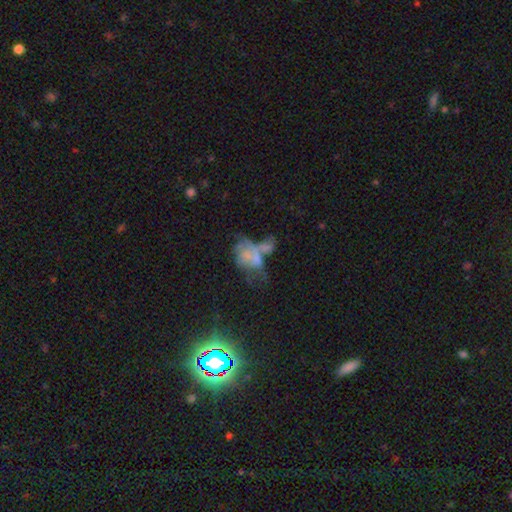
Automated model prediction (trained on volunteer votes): Q: Smooth or featured?
A: featured or disk (42%); runner-up: smooth (35%)
Q: Merging?
A: merger (51%); runner-up: major disturbance (24%)